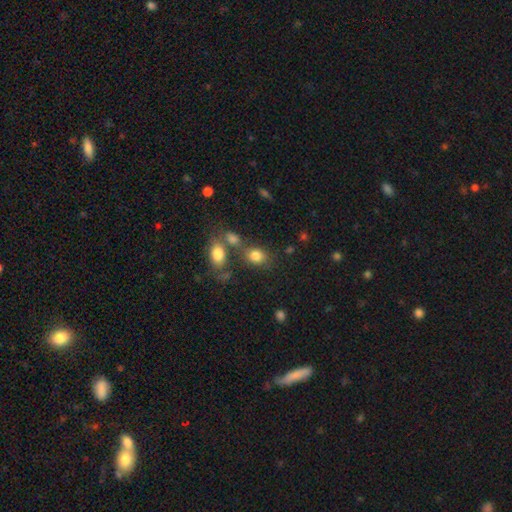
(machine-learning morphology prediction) A smooth galaxy with no disk features (81%) that is in between round and cigar-shaped (62%).

Vote fractions:
- Smooth or featured? smooth: 81% / star or artifact: 11% / featured or disk: 8%
- How rounded? in between: 62% / round: 37% / cigar-shaped: 2%
- Merging? none: 57% / merger: 23% / minor disturbance: 13% / major disturbance: 7%